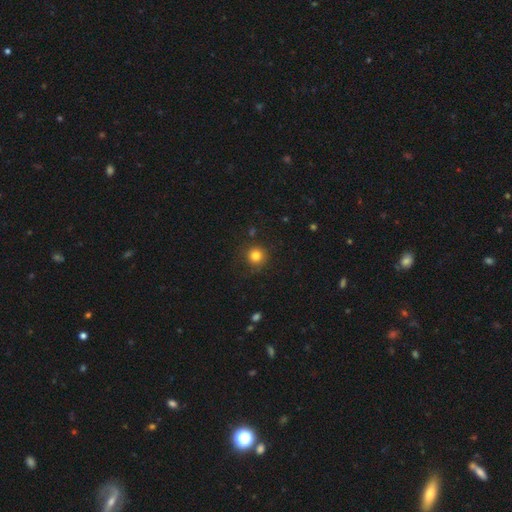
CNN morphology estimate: Overall: smooth (82%). How rounded: round (94%). Merging: none (84%).